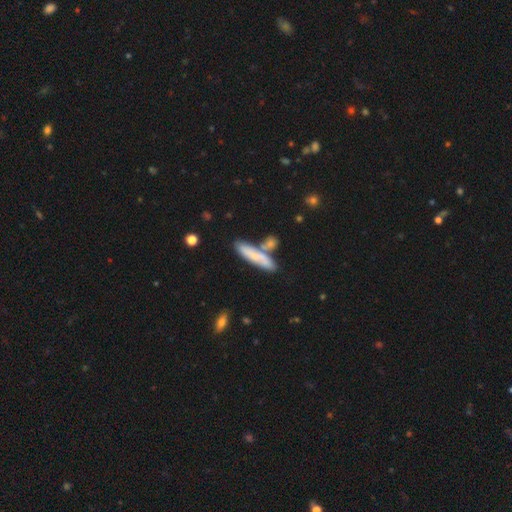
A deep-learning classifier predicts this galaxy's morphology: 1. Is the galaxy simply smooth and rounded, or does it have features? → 64% smooth, 29% featured or disk, 7% star or artifact.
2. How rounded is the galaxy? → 77% cigar-shaped, 21% in between, 2% round.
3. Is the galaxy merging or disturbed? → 58% none, 23% merger, 15% minor disturbance, 4% major disturbance.